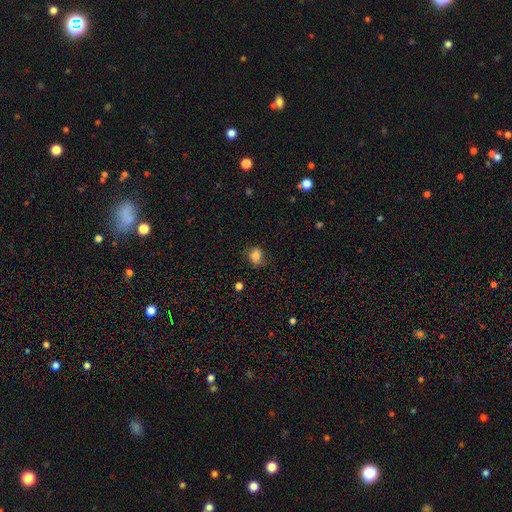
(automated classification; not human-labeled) Q: Smooth or featured?
A: smooth (79%); runner-up: star or artifact (10%)
Q: How rounded?
A: in between (54%); runner-up: round (44%)
Q: Merging?
A: none (72%); runner-up: minor disturbance (20%)